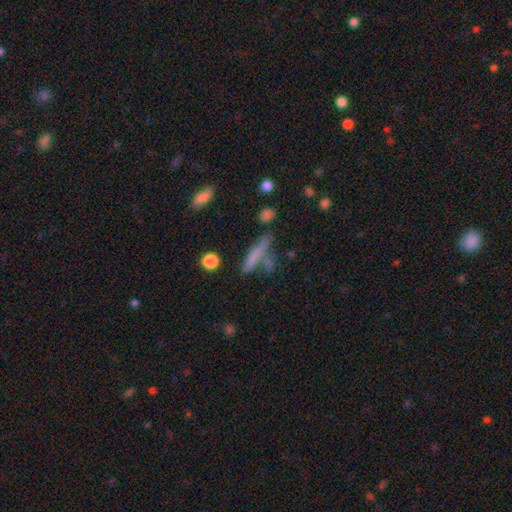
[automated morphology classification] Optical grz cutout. It shows a smooth galaxy with no disk features (66%) that is cigar-shaped (83%). Merging: none (56%).